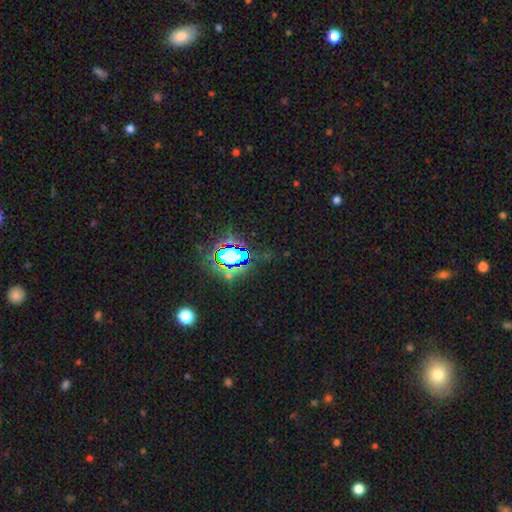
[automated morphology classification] Overall: star or artifact (80%).